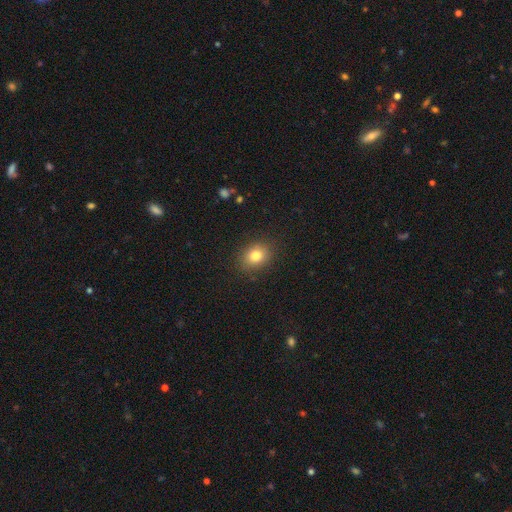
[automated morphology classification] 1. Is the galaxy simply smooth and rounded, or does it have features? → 80% smooth, 12% star or artifact, 8% featured or disk.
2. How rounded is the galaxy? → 51% round, 48% in between, 1% cigar-shaped.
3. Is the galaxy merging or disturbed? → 87% none, 9% minor disturbance, 3% major disturbance, 1% merger.